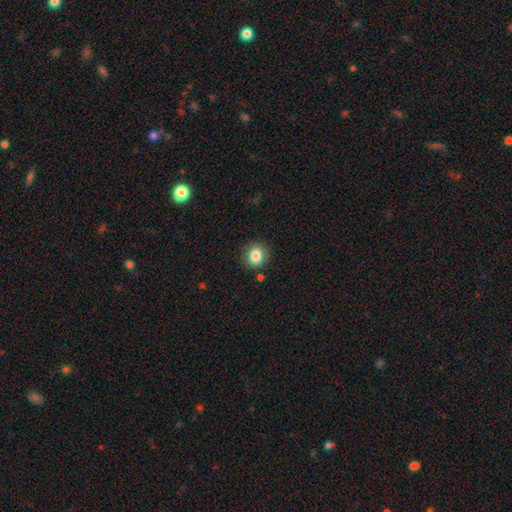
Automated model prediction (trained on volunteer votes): The model was most divided on "how rounded": round: 81%, in between: 18%, cigar-shaped: 1%. More confident: merging — none (85%); smooth or featured — smooth (83%).